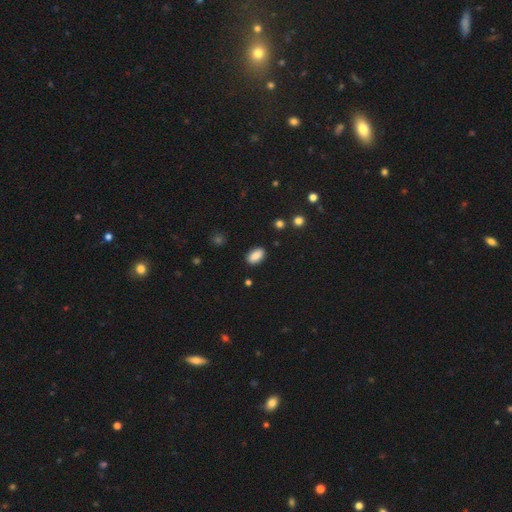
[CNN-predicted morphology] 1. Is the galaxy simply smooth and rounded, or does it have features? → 86% smooth, 8% star or artifact, 6% featured or disk.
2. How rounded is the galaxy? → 91% in between, 6% round, 2% cigar-shaped.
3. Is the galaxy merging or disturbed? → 87% none, 9% minor disturbance, 2% major disturbance, 1% merger.